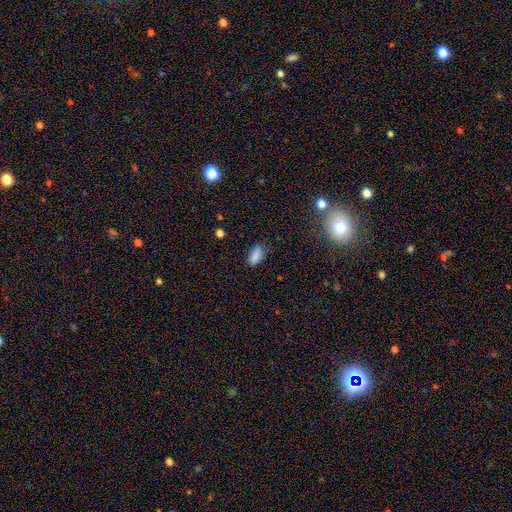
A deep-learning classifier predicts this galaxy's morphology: Smooth or featured? Predicted: smooth (p=0.85). How rounded? Predicted: in between (p=0.89). Merging? Predicted: none (p=0.74).